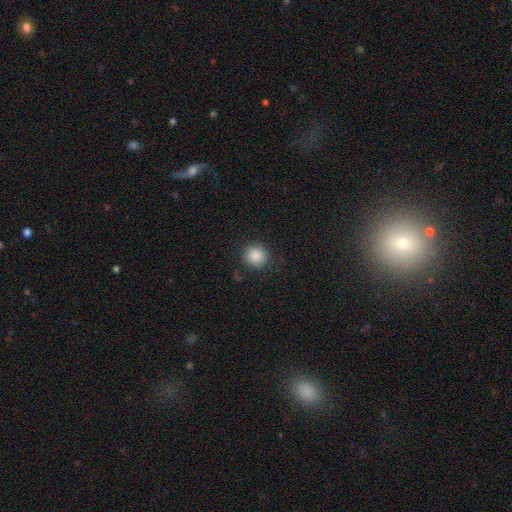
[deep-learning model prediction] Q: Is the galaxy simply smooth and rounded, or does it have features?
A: smooth — 87%.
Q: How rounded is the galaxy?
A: round — 92%.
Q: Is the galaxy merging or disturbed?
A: none — 89%.